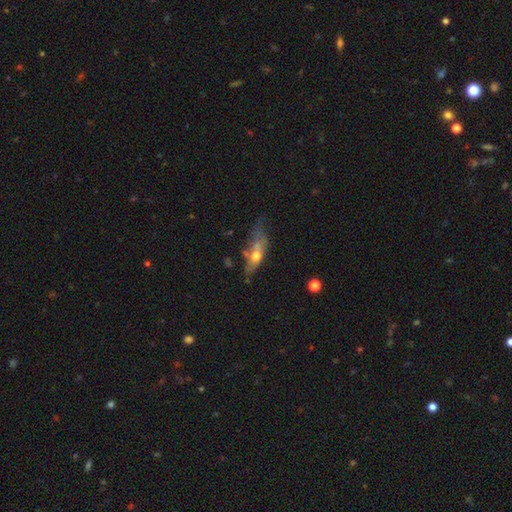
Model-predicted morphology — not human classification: A smooth galaxy with no disk features (51%) that is in between round and cigar-shaped (58%).

Vote fractions:
- Smooth or featured? smooth: 51% / featured or disk: 41% / star or artifact: 8%
- How rounded? in between: 58% / cigar-shaped: 37% / round: 5%
- Merging? none: 33% / minor disturbance: 29% / major disturbance: 25% / merger: 13%